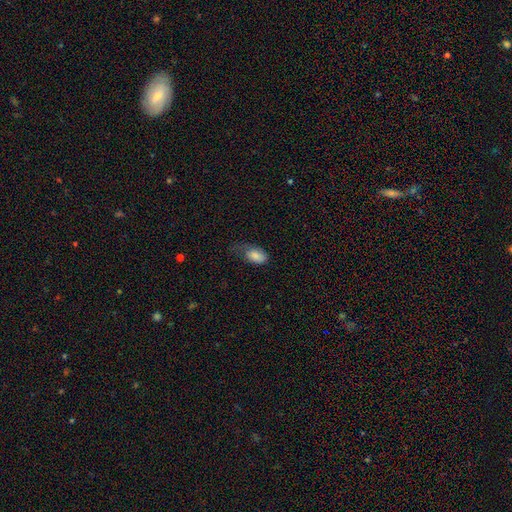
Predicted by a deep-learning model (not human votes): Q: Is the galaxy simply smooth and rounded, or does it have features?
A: smooth — 82%.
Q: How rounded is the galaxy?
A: in between — 93%.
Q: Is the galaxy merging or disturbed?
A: minor disturbance — 36%.